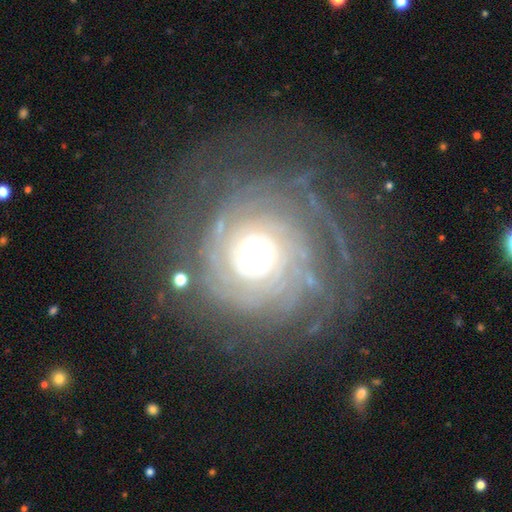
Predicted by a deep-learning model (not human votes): A featured or disk galaxy (85%) with no bar (79%), tight (83%) spiral arms (95%) and a moderate central bulge (64%). Merging: none (74%).